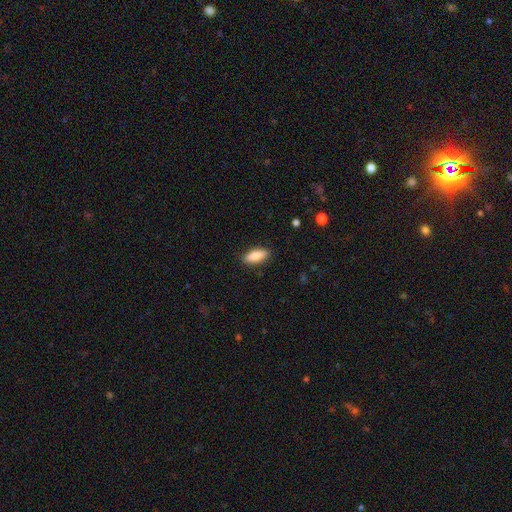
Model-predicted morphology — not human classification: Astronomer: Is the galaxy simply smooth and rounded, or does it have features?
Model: smooth — 85%.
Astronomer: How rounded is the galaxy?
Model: in between — 76%.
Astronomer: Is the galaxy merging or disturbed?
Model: none — 88%.